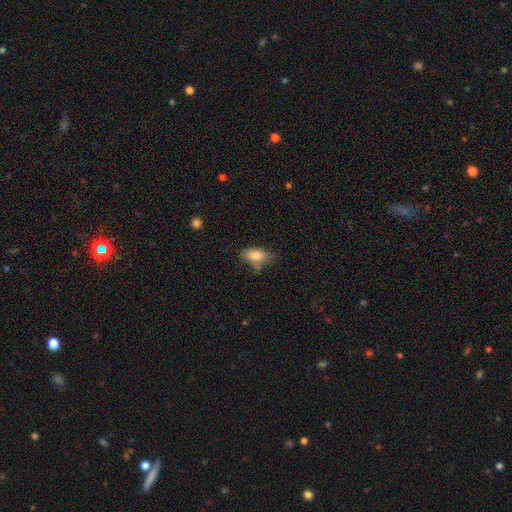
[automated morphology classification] smooth-or-featured: smooth: 82% | featured or disk: 10% | star or artifact: 8%
  how-rounded: in between: 87% | cigar-shaped: 9% | round: 4%
  merging: none: 59% | minor disturbance: 25% | merger: 8% | major disturbance: 7%